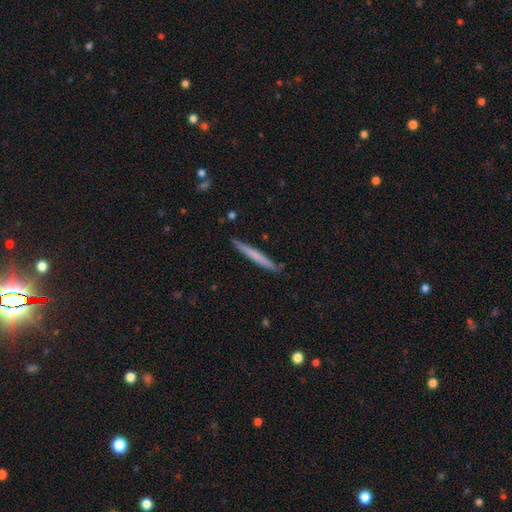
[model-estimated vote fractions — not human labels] smooth 60%, featured or disk 35%, star or artifact 5%. Down the decision tree: how rounded — cigar-shaped (97%); merging — none (88%).